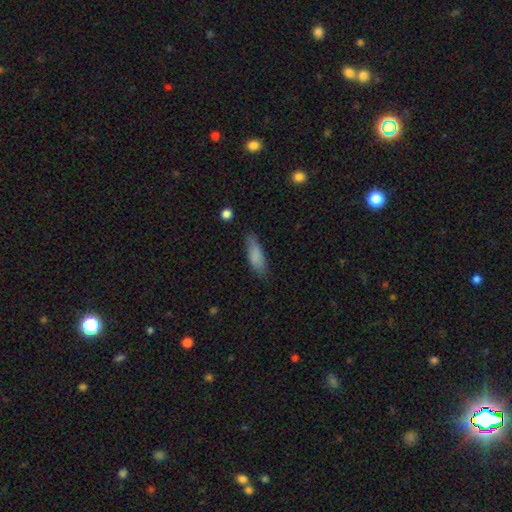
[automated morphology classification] This appears to be a smooth galaxy with no disk features (83%) that is in between round and cigar-shaped (55%). Merging: none (73%).